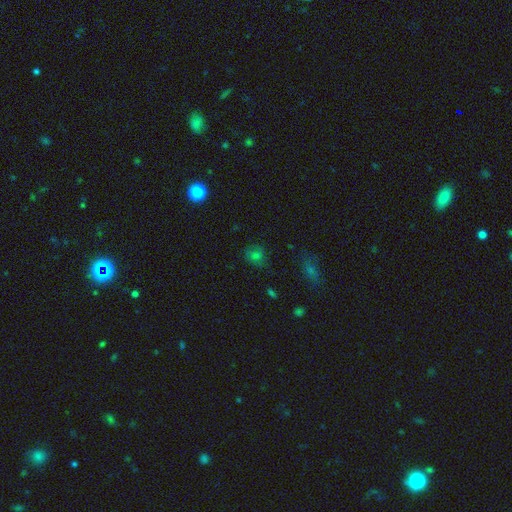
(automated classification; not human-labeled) A smooth galaxy with no disk features (67%) that is round (70%). Merging: none (72%).